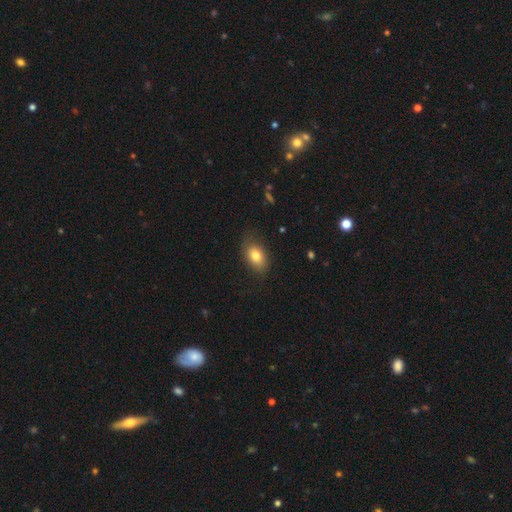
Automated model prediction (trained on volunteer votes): Smooth or featured? smooth (80%)
How rounded? in between (85%)
Merging? none (76%)